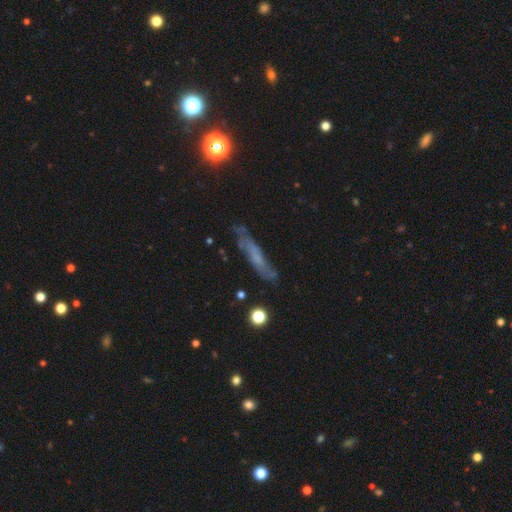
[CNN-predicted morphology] Smooth or featured: featured or disk — 50% (smooth — 37%)
Edge-on disk: yes — 57% (no — 43%)
Merging: none — 68% (minor disturbance — 21%)